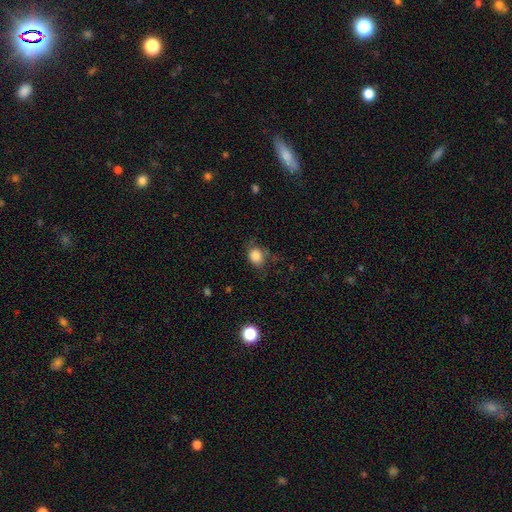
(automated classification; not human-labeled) The model was most divided on "how rounded": round: 54%, in between: 45%, cigar-shaped: 1%. More confident: smooth or featured — smooth (83%); merging — none (54%).